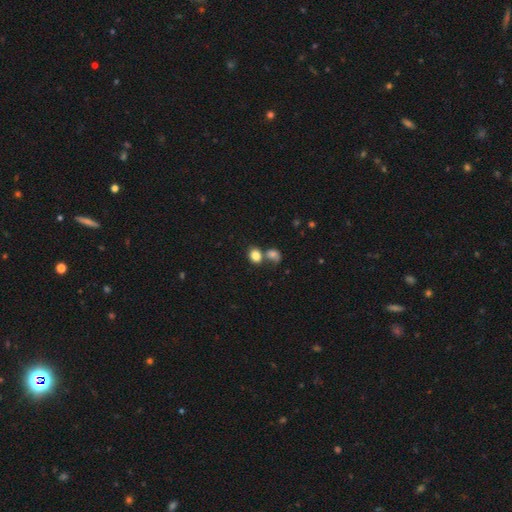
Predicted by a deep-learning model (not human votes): This appears to be a smooth galaxy with no disk features (83%) that is in between round and cigar-shaped (49%, tied with round). Merging: none (47%).